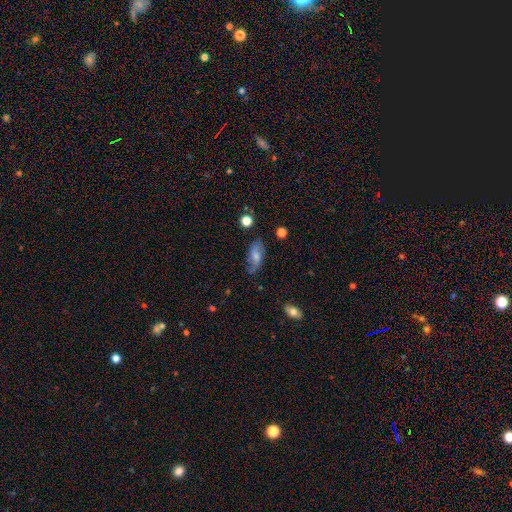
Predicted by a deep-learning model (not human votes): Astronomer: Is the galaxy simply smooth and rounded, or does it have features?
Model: featured or disk — 55% (runner-up: smooth, 37%).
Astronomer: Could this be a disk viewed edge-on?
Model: no — 91%.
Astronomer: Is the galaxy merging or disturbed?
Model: none — 71%.